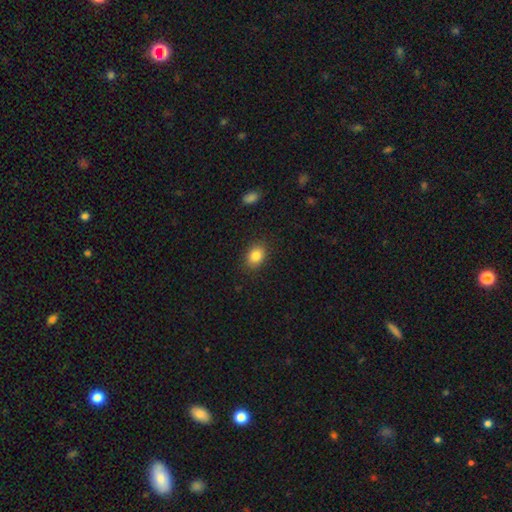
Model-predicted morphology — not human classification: This is clearly a smooth galaxy (84%). How rounded: likely in between (71%). Merging: clearly none (86%).